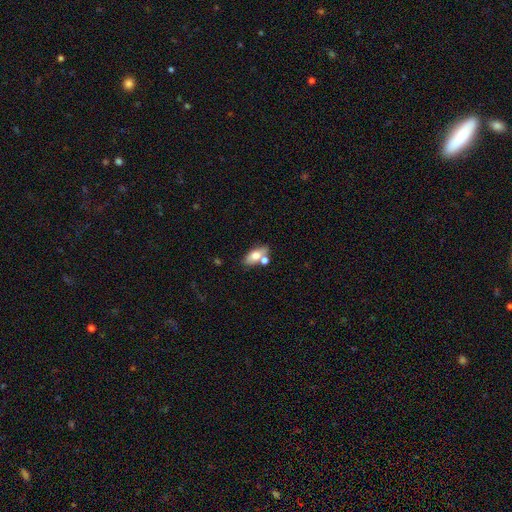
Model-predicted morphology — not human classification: smooth 71%, featured or disk 22%, star or artifact 7%. Down the decision tree: how rounded — in between (82%); merging — none (60%).